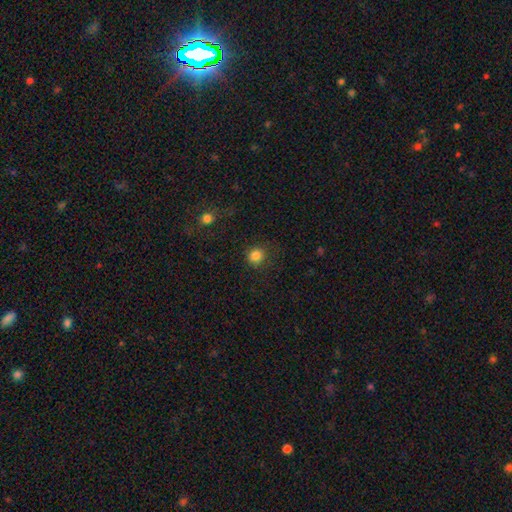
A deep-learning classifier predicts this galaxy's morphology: The model was most divided on "smooth or featured": smooth: 84%, star or artifact: 12%, featured or disk: 4%. More confident: how rounded — round (89%); merging — none (85%).